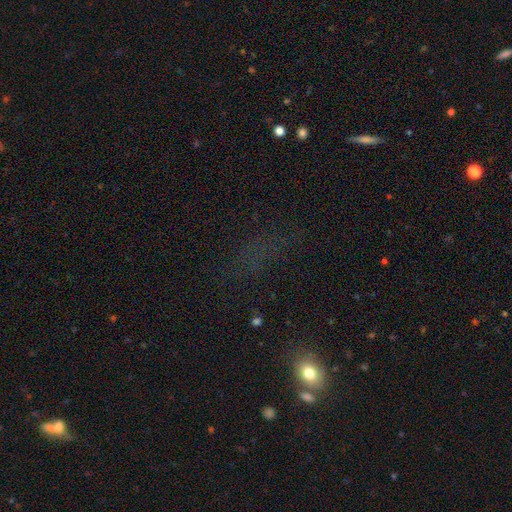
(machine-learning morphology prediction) Smooth or featured: star or artifact — 46% (smooth — 42%)